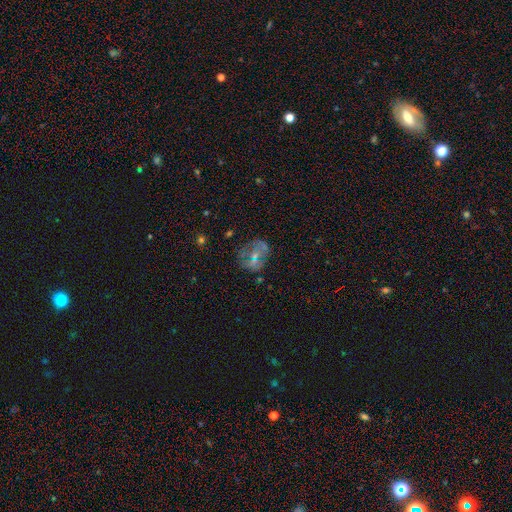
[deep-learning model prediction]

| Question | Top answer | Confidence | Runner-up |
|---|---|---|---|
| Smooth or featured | featured or disk | 52% | smooth (29%) |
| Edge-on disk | no | 97% | yes (3%) |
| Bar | no | 72% | weak (21%) |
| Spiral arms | no | 65% | yes (35%) |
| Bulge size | small | 52% | moderate (34%) |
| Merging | none | 58% | minor disturbance (20%) |